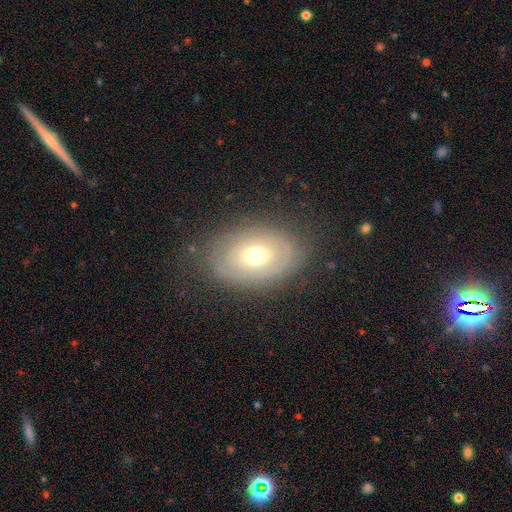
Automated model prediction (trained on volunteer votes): smooth-or-featured: featured or disk: 51% | smooth: 41% | star or artifact: 8%
  disk-edge-on: no: 91% | yes: 9%
  merging: none: 77% | minor disturbance: 16% | major disturbance: 6% | merger: 1%